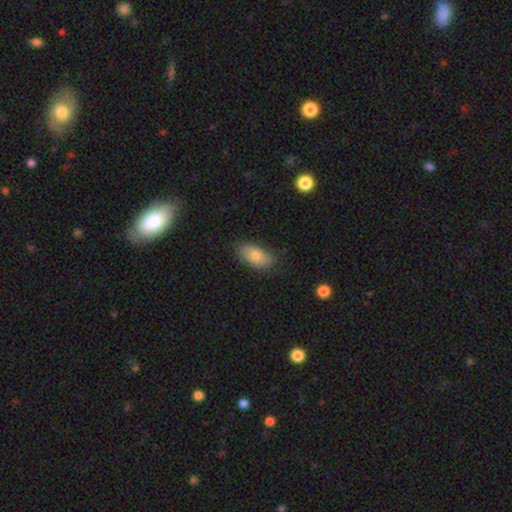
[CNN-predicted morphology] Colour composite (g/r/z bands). It shows a smooth galaxy with no disk features (77%) that is in between round and cigar-shaped (92%). Merging: none (75%).